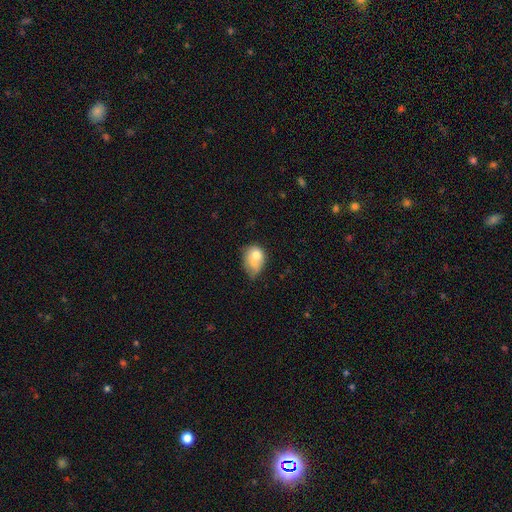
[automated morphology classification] smooth-or-featured: smooth: 67% | featured or disk: 24% | star or artifact: 9%
  how-rounded: in between: 59% | round: 40% | cigar-shaped: 1%
  merging: merger: 42% | none: 23% | minor disturbance: 22% | major disturbance: 13%